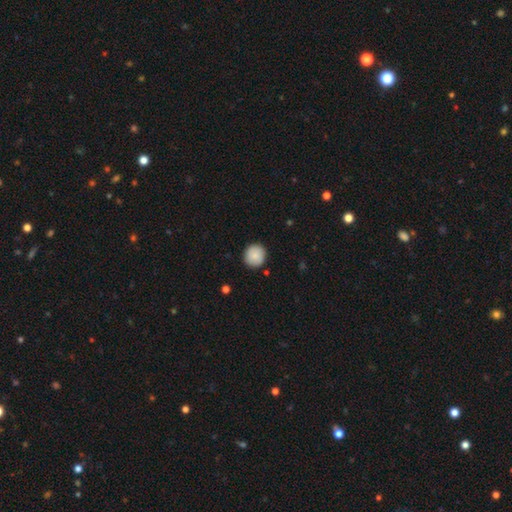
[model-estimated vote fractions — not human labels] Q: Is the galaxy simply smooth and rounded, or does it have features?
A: smooth — 87%.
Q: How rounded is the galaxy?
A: round — 93%.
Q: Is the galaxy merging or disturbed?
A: none — 90%.